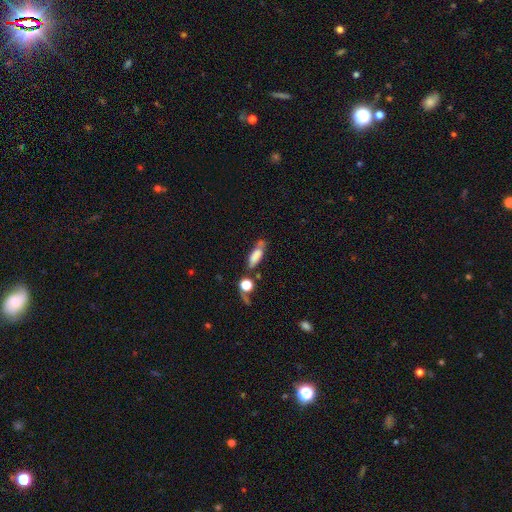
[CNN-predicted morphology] Overall: smooth (72%). How rounded: in between (61%; cigar-shaped 35%). Merging: none (46%; merger 21%).